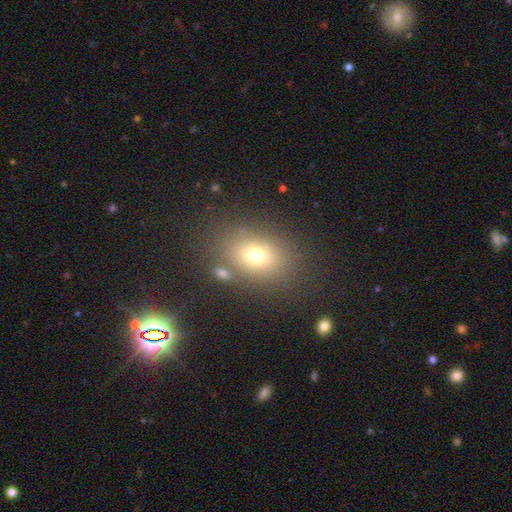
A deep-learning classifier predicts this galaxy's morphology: A smooth galaxy with no disk features (70%) that is in between round and cigar-shaped (69%).

Vote fractions:
- Smooth or featured? smooth: 70% / star or artifact: 16% / featured or disk: 13%
- How rounded? in between: 69% / round: 29% / cigar-shaped: 2%
- Merging? none: 75% / minor disturbance: 11% / merger: 8% / major disturbance: 5%